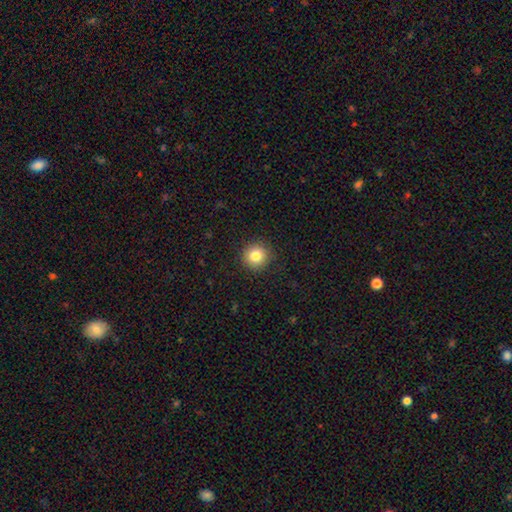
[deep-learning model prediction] smooth_or_featured: smooth (p=0.83) [alt: star or artifact p=0.11]
how_rounded: round (p=0.94) [alt: in between p=0.05]
merging: none (p=0.91) [alt: minor disturbance p=0.06]